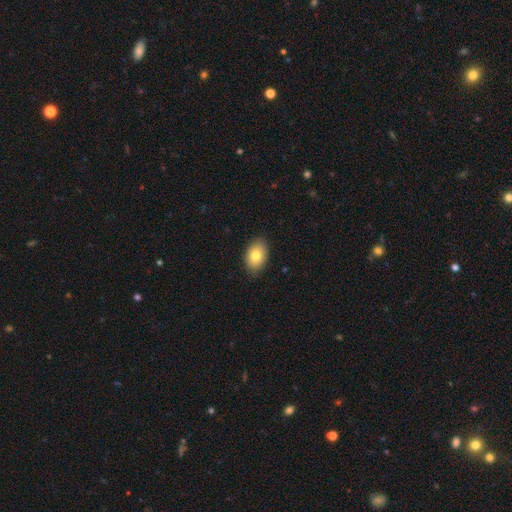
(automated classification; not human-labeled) The model was most divided on "smooth or featured": smooth: 79%, featured or disk: 13%, star or artifact: 8%. More confident: merging — none (87%); how rounded — in between (85%).